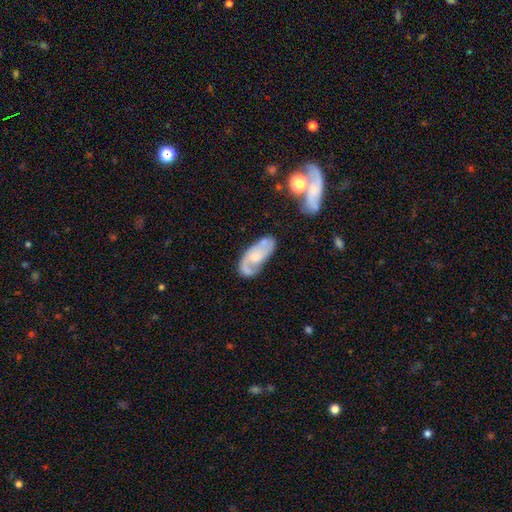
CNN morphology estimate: Smooth or featured: featured or disk — 68% (smooth — 26%)
Edge-on disk: no — 93% (yes — 7%)
Bar: no — 66% (weak — 28%)
Spiral arms: yes — 87% (no — 13%)
Spiral winding: medium — 43% (tight — 32%)
Spiral arm count: 2 — 66% (1 — 16%)
Bulge size: moderate — 38% (small — 37%)
Merging: none — 58% (minor disturbance — 23%)